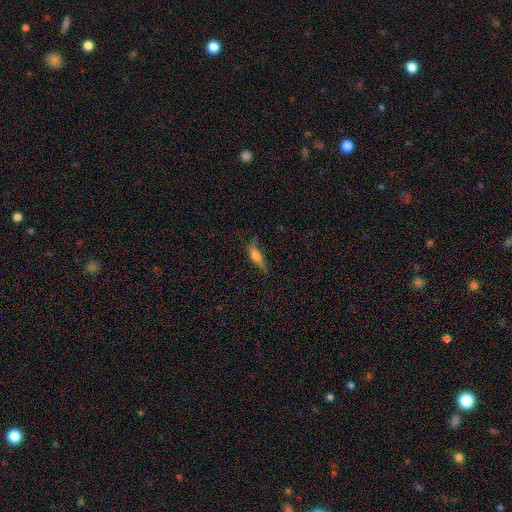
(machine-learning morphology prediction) Q: Smooth or featured?
A: smooth (61%); runner-up: featured or disk (29%)
Q: How rounded?
A: in between (52%); runner-up: cigar-shaped (45%)
Q: Merging?
A: none (51%); runner-up: minor disturbance (30%)